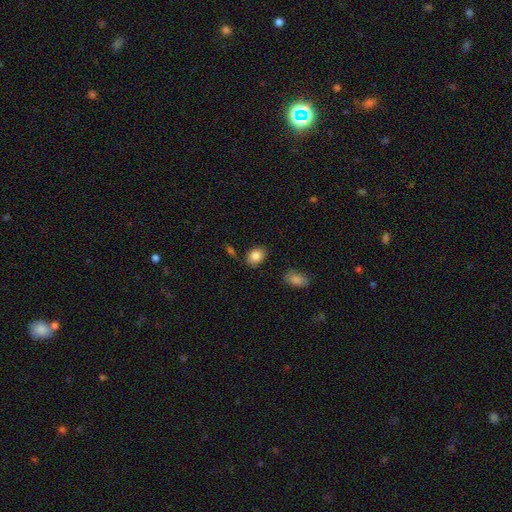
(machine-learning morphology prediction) Overall: smooth (84%). How rounded: in between (74%). Merging: none (82%).